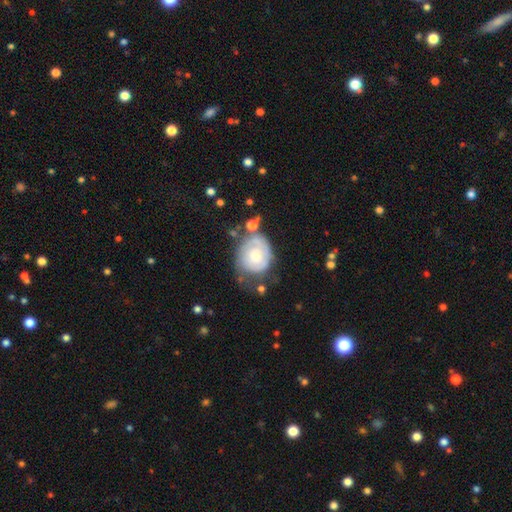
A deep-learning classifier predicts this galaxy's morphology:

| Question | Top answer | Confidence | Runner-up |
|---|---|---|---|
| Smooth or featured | featured or disk | 63% | smooth (31%) |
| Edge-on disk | no | 97% | yes (3%) |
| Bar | no | 77% | weak (20%) |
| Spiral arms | yes | 77% | no (23%) |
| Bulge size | moderate | 49% | small (37%) |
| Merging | none | 51% | minor disturbance (26%) |